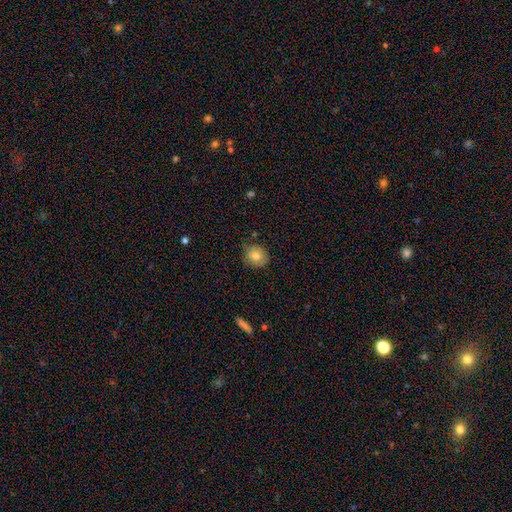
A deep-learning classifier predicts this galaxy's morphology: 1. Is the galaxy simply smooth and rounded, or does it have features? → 80% smooth, 11% featured or disk, 9% star or artifact.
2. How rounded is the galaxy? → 74% round, 25% in between, 1% cigar-shaped.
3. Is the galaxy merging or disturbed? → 80% none, 15% minor disturbance, 3% major disturbance, 1% merger.